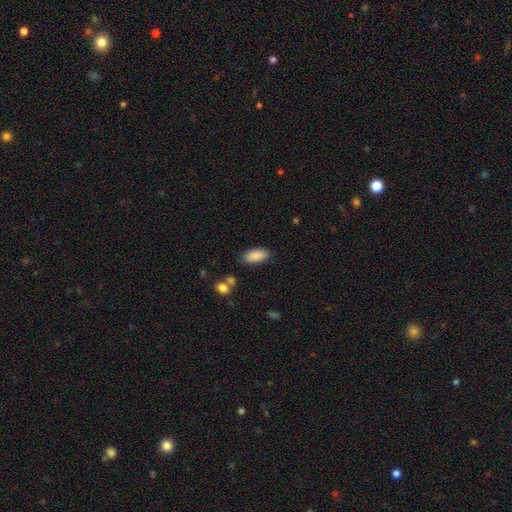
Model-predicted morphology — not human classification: Smooth or featured? Predicted: smooth (p=0.89). How rounded? Predicted: in between (p=0.87). Merging? Predicted: none (p=0.84).